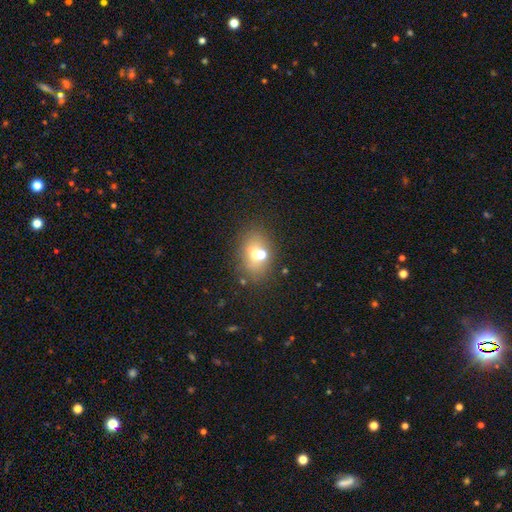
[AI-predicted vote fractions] A smooth galaxy with no disk features (56%) that is in between round and cigar-shaped (64%). Merging: none (64%).